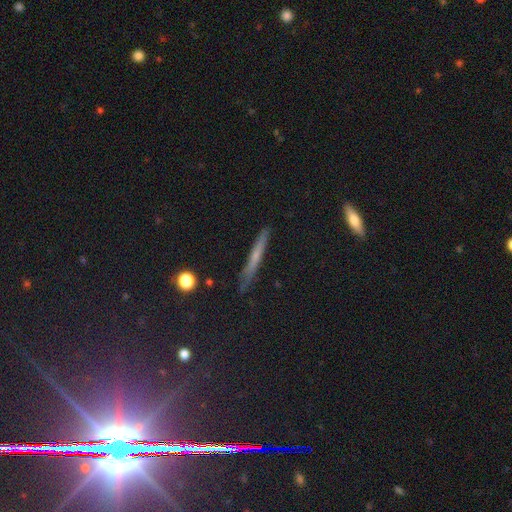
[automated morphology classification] Q: Smooth or featured?
A: smooth (46%); runner-up: featured or disk (42%)
Q: Merging?
A: none (84%); runner-up: minor disturbance (12%)